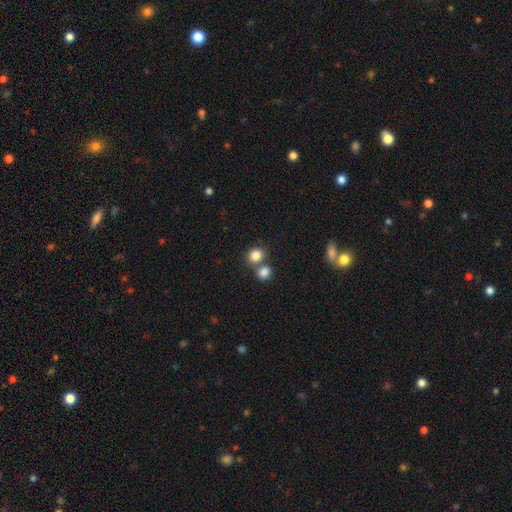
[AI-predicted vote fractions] Smooth or featured? Predicted: smooth (p=0.84). How rounded? Predicted: round (p=0.68). Merging? Predicted: none (p=0.52).